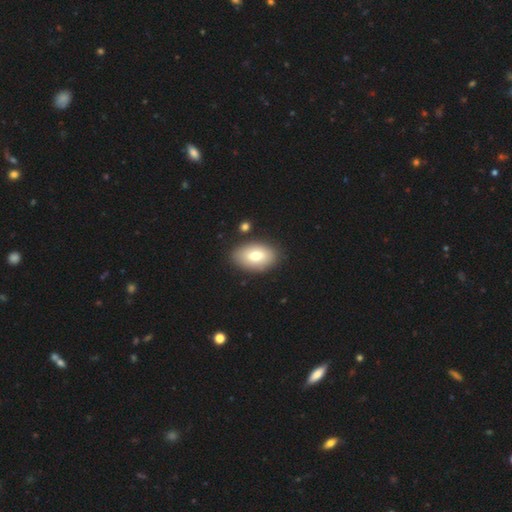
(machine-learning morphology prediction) Smooth or featured? Predicted: smooth (p=0.75). How rounded? Predicted: in between (p=0.92). Merging? Predicted: none (p=0.84).